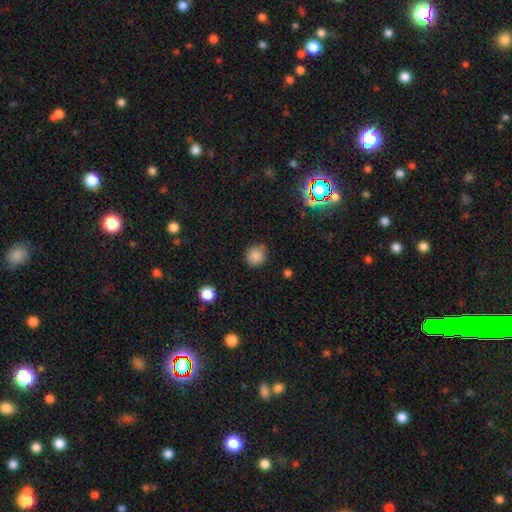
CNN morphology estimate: type=smooth (85%); roundness=round (85%); merging=none (81%).